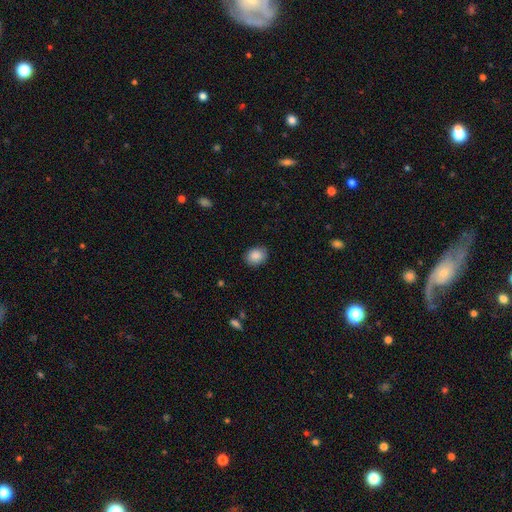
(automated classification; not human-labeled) A smooth galaxy with no disk features (88%) that is in between round and cigar-shaped (50%). Merging: none (86%).